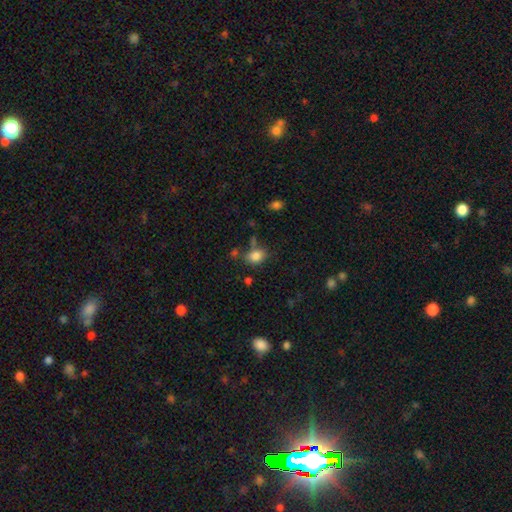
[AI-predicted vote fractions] This appears to be a smooth galaxy with no disk features (83%) that is in between round and cigar-shaped (62%). Merging: none (66%).